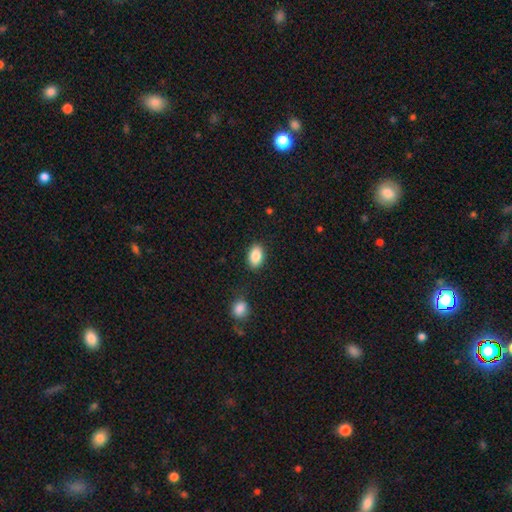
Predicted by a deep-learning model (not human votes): Smooth or featured? Predicted: smooth (p=0.87). How rounded? Predicted: in between (p=0.88). Merging? Predicted: none (p=0.86).